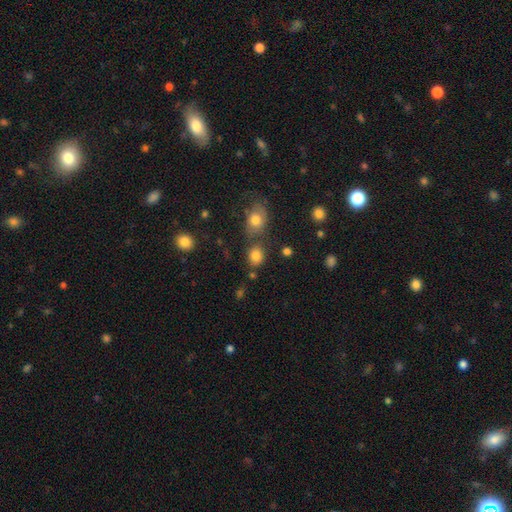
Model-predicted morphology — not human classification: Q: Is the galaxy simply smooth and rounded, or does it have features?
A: smooth — 82%.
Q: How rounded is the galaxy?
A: round — 64%.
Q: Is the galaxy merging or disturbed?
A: none — 69%.